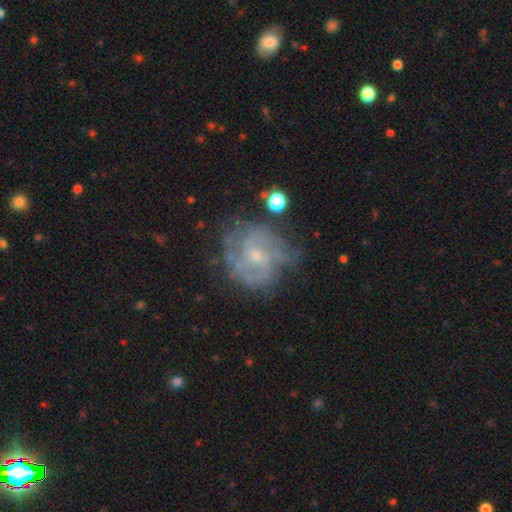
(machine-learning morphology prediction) Smooth or featured: featured or disk — 81% (smooth — 12%)
Edge-on disk: no — 98% (yes — 2%)
Bar: no — 58% (weak — 36%)
Spiral arms: yes — 89% (no — 11%)
Spiral winding: tight — 45% (medium — 42%)
Spiral arm count: 2 — 36% (can't tell — 31%)
Bulge size: small — 65% (moderate — 28%)
Merging: none — 59% (minor disturbance — 24%)